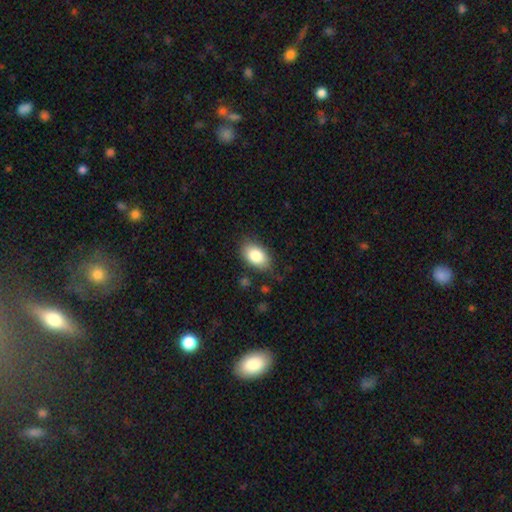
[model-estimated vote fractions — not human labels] smooth_or_featured: smooth (p=0.85) [alt: featured or disk p=0.08]
how_rounded: in between (p=0.90) [alt: round p=0.09]
merging: none (p=0.80) [alt: minor disturbance p=0.15]